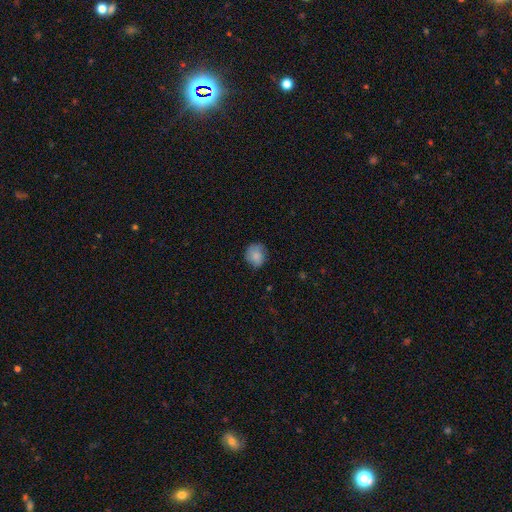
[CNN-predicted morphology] A smooth galaxy with no disk features (83%) that is round (74%).

Vote fractions:
- Smooth or featured? smooth: 83% / featured or disk: 9% / star or artifact: 8%
- How rounded? round: 74% / in between: 25% / cigar-shaped: 1%
- Merging? none: 73% / minor disturbance: 21% / major disturbance: 5% / merger: 1%